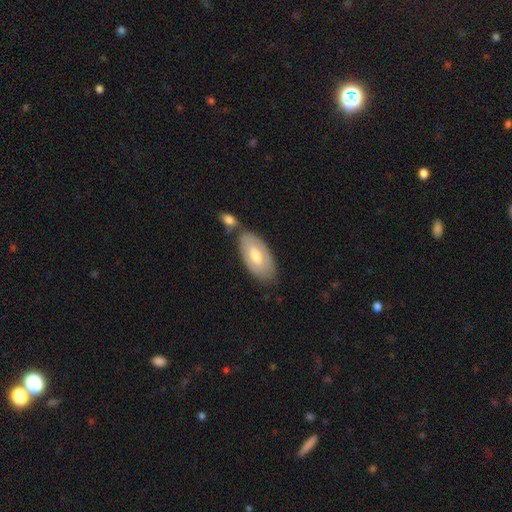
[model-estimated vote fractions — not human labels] The model was most divided on "smooth or featured": smooth: 52%, featured or disk: 43%, star or artifact: 5%. More confident: how rounded — in between (92%); merging — none (57%).